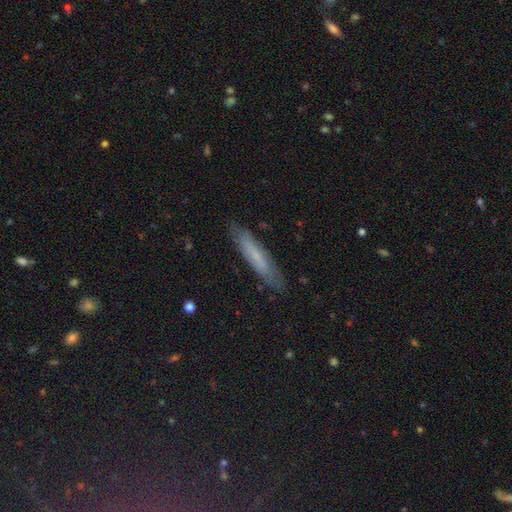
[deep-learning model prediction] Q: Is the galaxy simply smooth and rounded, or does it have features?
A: smooth — 54%.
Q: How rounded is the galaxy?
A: cigar-shaped — 87%.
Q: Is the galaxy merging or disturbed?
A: none — 85%.